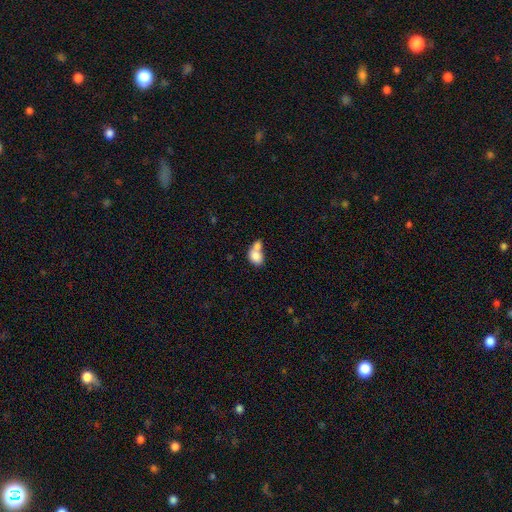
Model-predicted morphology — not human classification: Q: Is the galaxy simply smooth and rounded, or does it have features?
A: smooth — 78%.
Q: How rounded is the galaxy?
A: in between — 65%.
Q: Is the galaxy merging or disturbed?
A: merger — 66%.